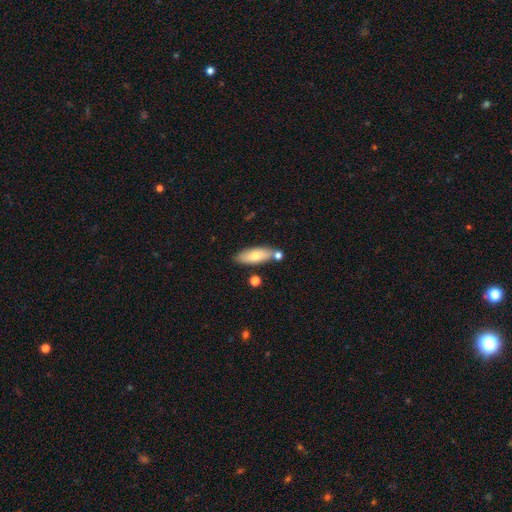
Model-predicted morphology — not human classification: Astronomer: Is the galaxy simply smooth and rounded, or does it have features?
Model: smooth — 71%.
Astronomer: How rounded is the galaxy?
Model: in between — 65%.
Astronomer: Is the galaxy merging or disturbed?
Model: none — 71%.